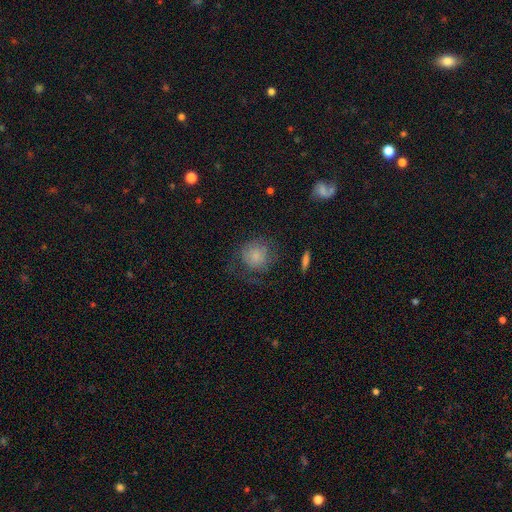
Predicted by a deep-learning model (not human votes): Smooth or featured? Predicted: smooth (p=0.69). How rounded? Predicted: round (p=0.87). Merging? Predicted: none (p=0.53).